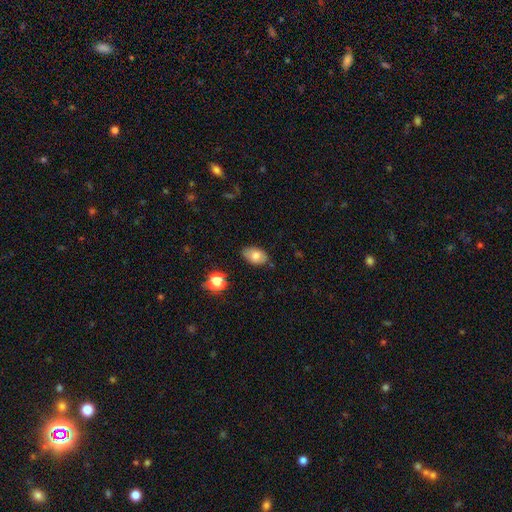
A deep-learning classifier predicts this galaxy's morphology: A smooth galaxy with no disk features (73%) that is in between round and cigar-shaped (90%). Merging: none (81%).